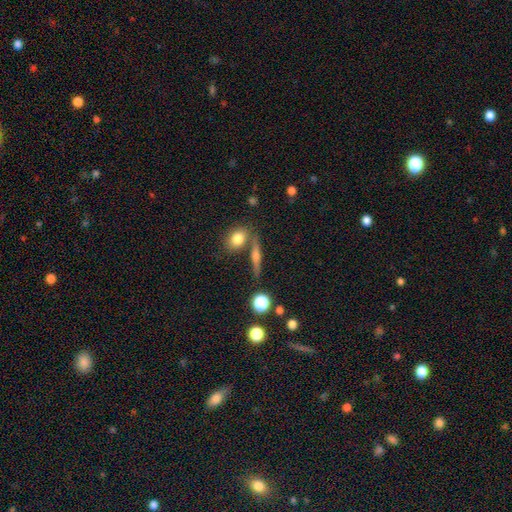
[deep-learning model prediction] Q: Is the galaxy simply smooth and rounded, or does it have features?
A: smooth — 45%.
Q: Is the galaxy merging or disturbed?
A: none — 73%.